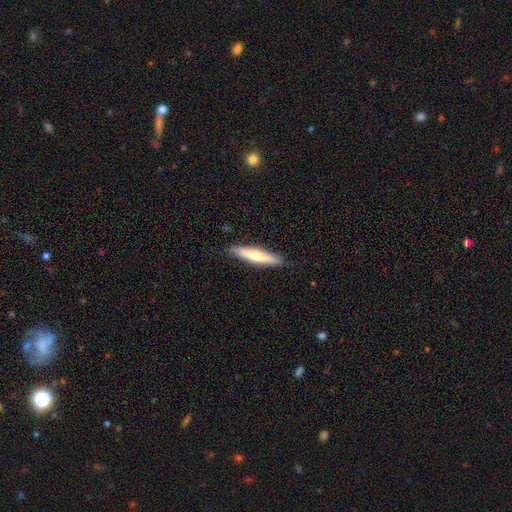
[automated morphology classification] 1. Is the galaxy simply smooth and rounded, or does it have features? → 62% smooth, 32% featured or disk, 5% star or artifact.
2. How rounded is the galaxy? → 89% cigar-shaped, 10% in between, 1% round.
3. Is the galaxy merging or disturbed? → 89% none, 8% minor disturbance, 2% major disturbance, 1% merger.